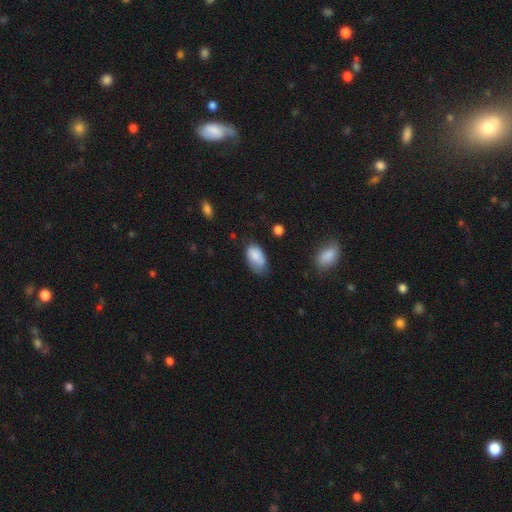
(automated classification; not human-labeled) This appears to be a smooth galaxy with no disk features (81%) that is in between round and cigar-shaped (94%). Merging: none (48%).